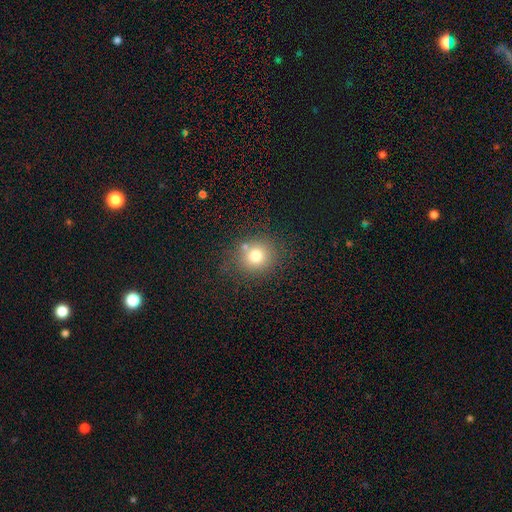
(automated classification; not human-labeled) Smooth or featured? Predicted: smooth (p=0.74). How rounded? Predicted: round (p=0.88). Merging? Predicted: none (p=0.74).